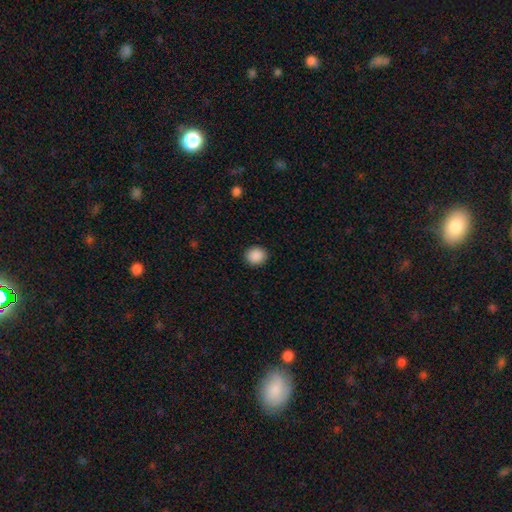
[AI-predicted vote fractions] This is clearly a smooth galaxy (90%). How rounded: likely round (79%). Merging: clearly none (91%).